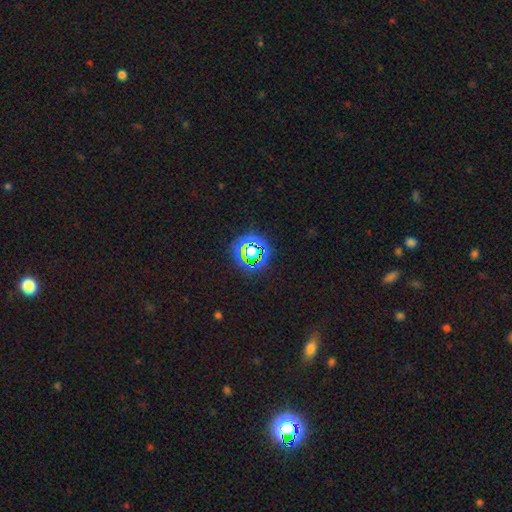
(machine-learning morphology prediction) Smooth or featured: star or artifact — 66% (smooth — 22%)